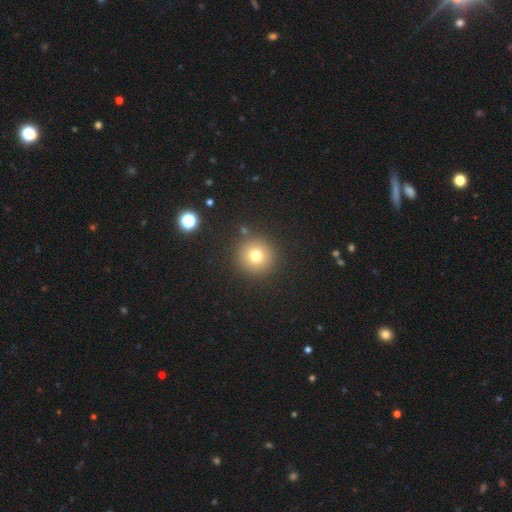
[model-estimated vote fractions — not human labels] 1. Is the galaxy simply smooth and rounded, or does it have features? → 75% smooth, 15% star or artifact, 10% featured or disk.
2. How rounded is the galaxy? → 95% round, 4% in between, 1% cigar-shaped.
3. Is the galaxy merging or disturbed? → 88% none, 6% minor disturbance, 3% merger, 3% major disturbance.